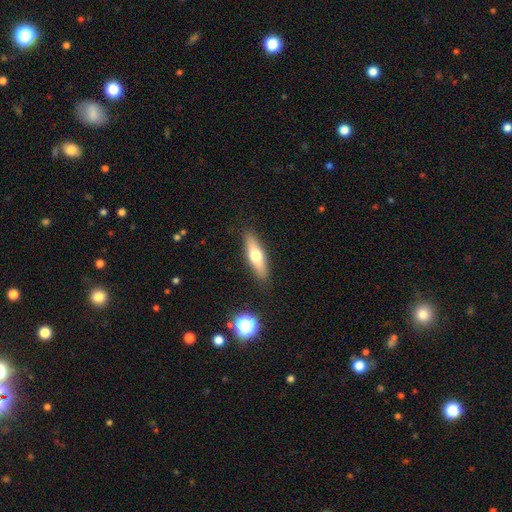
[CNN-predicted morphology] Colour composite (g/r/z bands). It shows a smooth galaxy with no disk features (54%) that is cigar-shaped (63%). Merging: none (88%).